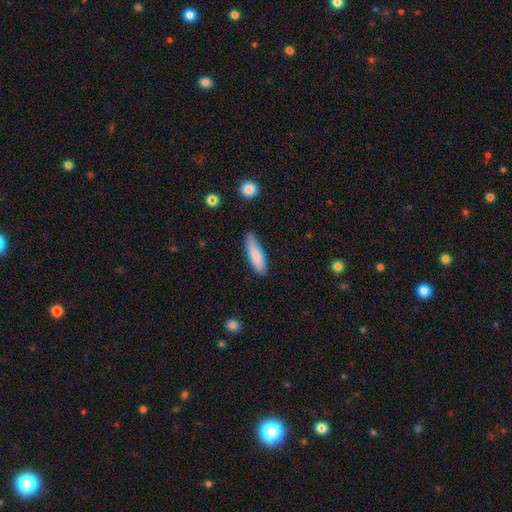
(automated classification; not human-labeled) smooth 84%, featured or disk 11%, star or artifact 6%. Down the decision tree: how rounded — cigar-shaped (63%); merging — none (73%).